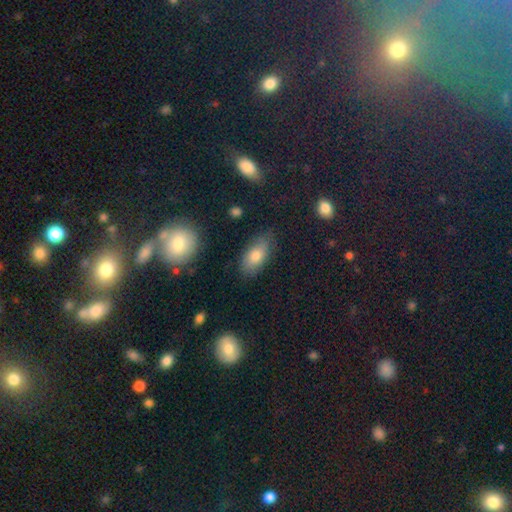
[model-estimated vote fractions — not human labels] This appears to be a smooth galaxy with no disk features (77%) that is in between round and cigar-shaped (90%). Merging: none (76%).